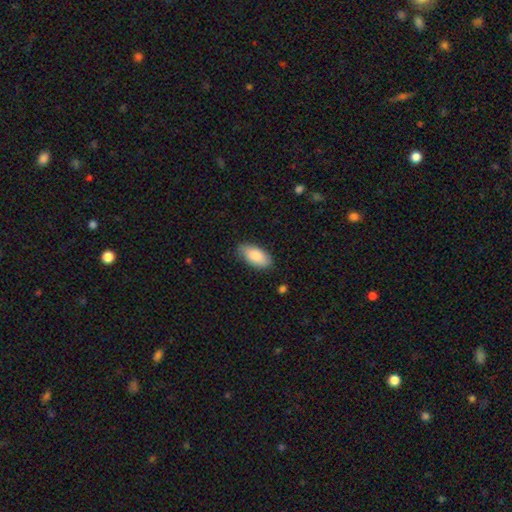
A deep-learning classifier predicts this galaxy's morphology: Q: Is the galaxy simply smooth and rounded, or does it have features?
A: smooth — 85%.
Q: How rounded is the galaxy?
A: in between — 93%.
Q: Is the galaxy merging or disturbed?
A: none — 79%.